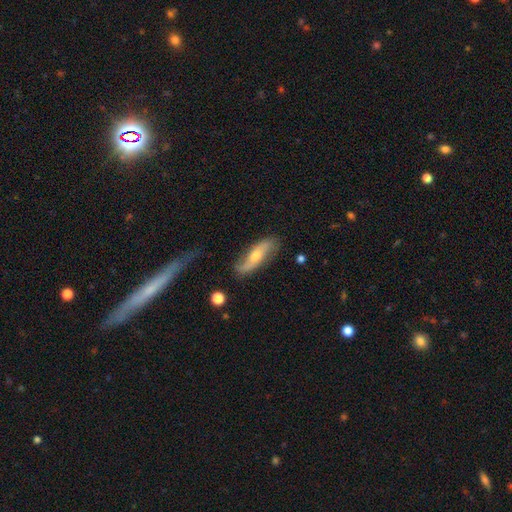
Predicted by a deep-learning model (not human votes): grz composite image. It shows a featured or disk galaxy (64%). Merging: none (71%).